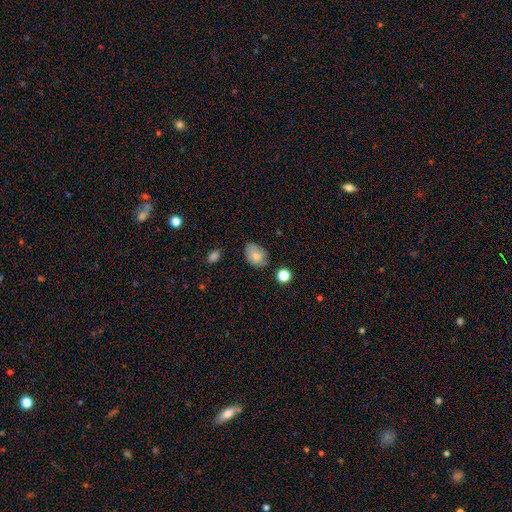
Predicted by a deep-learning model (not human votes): Overall: smooth (79%). How rounded: in between (80%). Merging: none (69%).